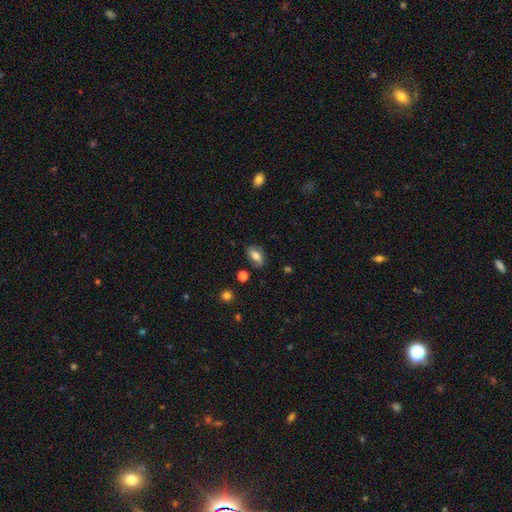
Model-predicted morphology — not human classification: This is likely a smooth galaxy (64%). How rounded: clearly in between (87%). Merging: likely none (79%).